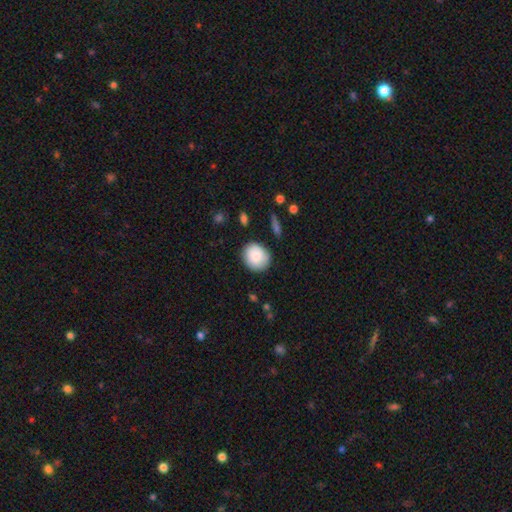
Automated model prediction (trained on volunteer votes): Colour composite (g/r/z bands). It shows a smooth galaxy with no disk features (86%) that is round (80%). Merging: none (84%).